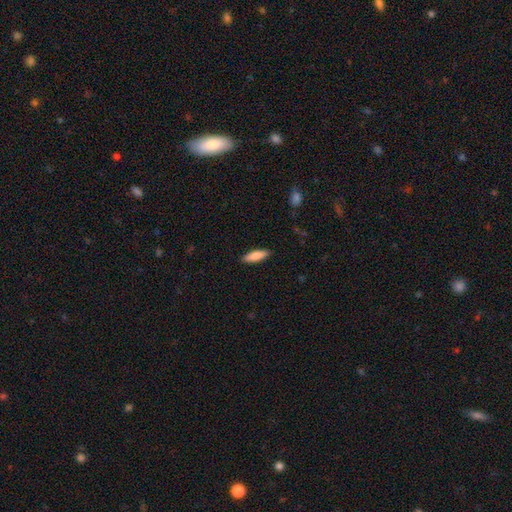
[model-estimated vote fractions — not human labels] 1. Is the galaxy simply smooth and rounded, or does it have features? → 85% smooth, 10% featured or disk, 6% star or artifact.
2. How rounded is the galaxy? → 54% cigar-shaped, 44% in between, 2% round.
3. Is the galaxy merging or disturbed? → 89% none, 8% minor disturbance, 2% major disturbance, 1% merger.